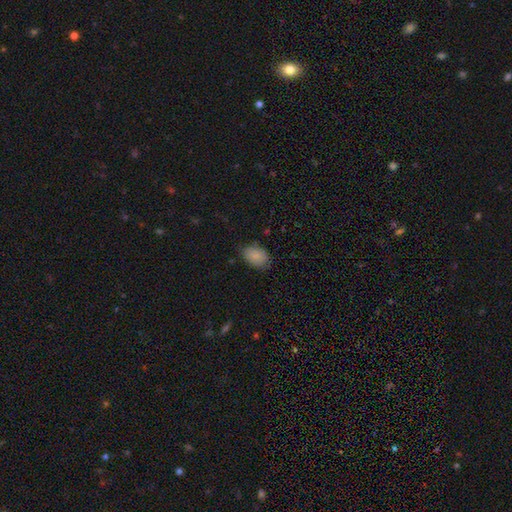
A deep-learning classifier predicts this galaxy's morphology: smooth_or_featured: smooth (p=0.86) [alt: star or artifact p=0.08]
how_rounded: in between (p=0.81) [alt: round p=0.18]
merging: none (p=0.74) [alt: minor disturbance p=0.21]